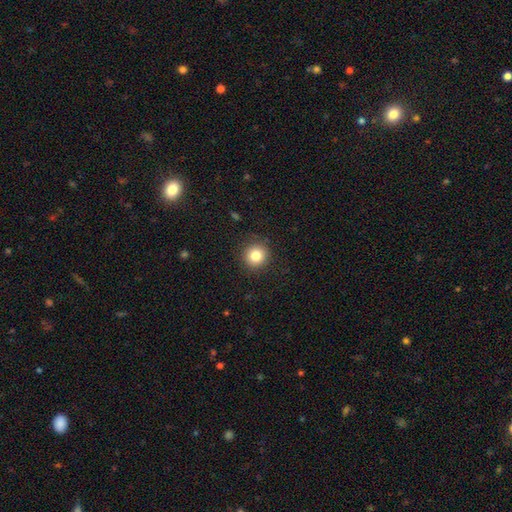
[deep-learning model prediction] Smooth or featured? Predicted: smooth (p=0.82). How rounded? Predicted: round (p=0.94). Merging? Predicted: none (p=0.90).